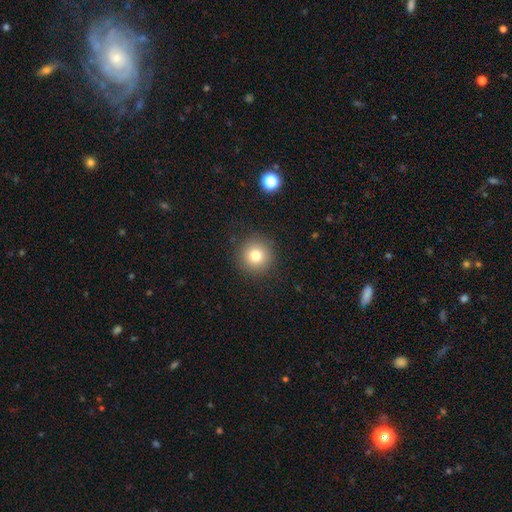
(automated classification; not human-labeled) Smooth or featured?
  - smooth: 78% *
  - star or artifact: 12%
  - featured or disk: 10%
How rounded?
  - round: 95% *
  - in between: 4%
  - cigar-shaped: 1%
Merging?
  - none: 90% *
  - minor disturbance: 6%
  - major disturbance: 3%
  - merger: 1%